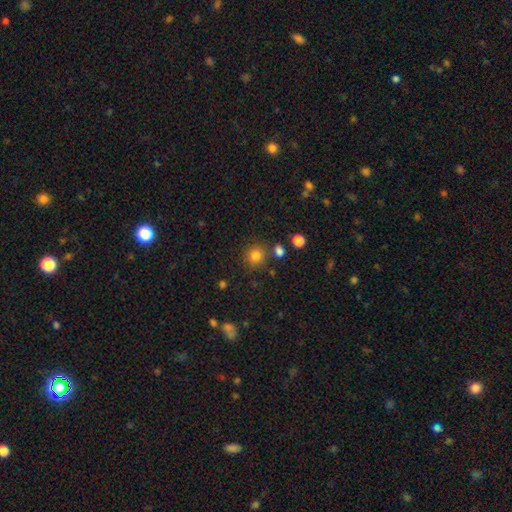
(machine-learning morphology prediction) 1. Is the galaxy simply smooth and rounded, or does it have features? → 82% smooth, 13% star or artifact, 5% featured or disk.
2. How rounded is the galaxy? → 90% round, 9% in between, 1% cigar-shaped.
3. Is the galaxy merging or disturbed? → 82% none, 8% minor disturbance, 7% merger, 3% major disturbance.